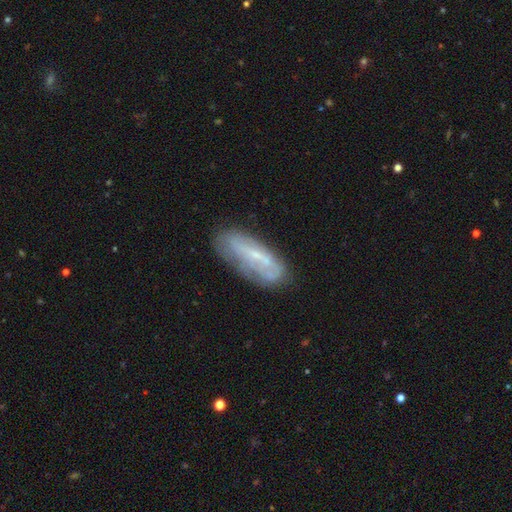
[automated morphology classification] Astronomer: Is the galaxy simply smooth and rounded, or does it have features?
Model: featured or disk — 57% (runner-up: smooth, 35%).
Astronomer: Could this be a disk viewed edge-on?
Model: no — 79%.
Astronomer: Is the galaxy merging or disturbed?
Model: none — 66%.